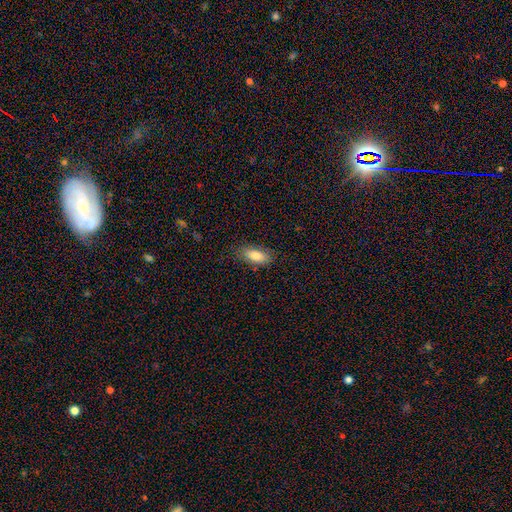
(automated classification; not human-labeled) smooth 81%, featured or disk 12%, star or artifact 7%. Down the decision tree: how rounded — in between (85%); merging — none (84%).